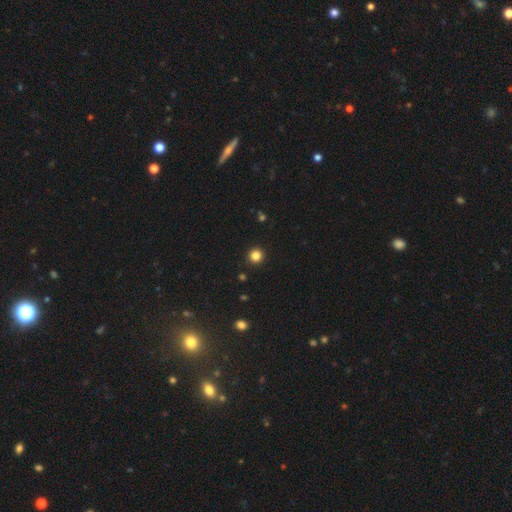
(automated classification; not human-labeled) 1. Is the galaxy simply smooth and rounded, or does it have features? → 83% smooth, 13% star or artifact, 4% featured or disk.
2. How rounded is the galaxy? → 95% round, 4% in between, 1% cigar-shaped.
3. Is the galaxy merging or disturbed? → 93% none, 4% minor disturbance, 2% major disturbance, 1% merger.